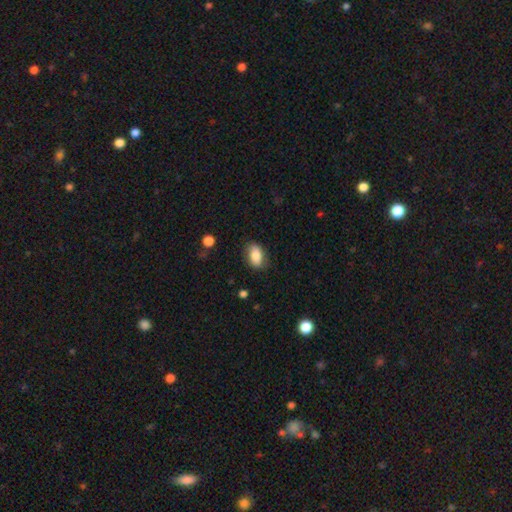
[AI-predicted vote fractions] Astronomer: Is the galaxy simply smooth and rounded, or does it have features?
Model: smooth — 84%.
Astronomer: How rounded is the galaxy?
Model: in between — 89%.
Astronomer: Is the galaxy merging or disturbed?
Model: none — 79%.